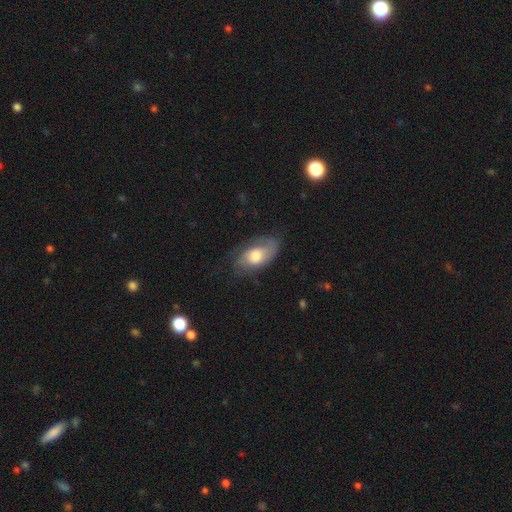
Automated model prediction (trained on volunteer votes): A featured or disk galaxy (60%) with no bar (70%), spiral arms (85%) and a moderate central bulge (48%). Merging: none (62%).